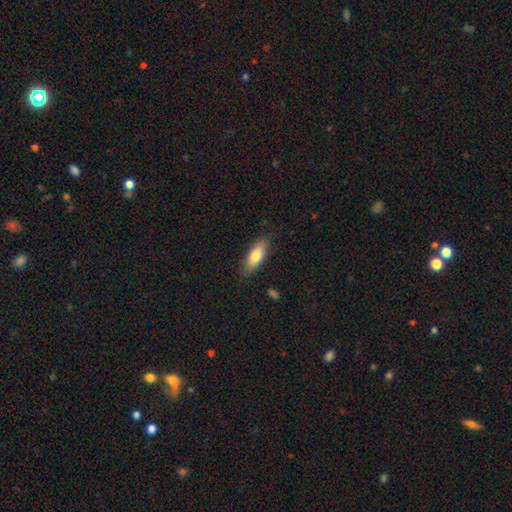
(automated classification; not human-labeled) Smooth or featured? smooth (77%)
How rounded? in between (69%)
Merging? none (83%)